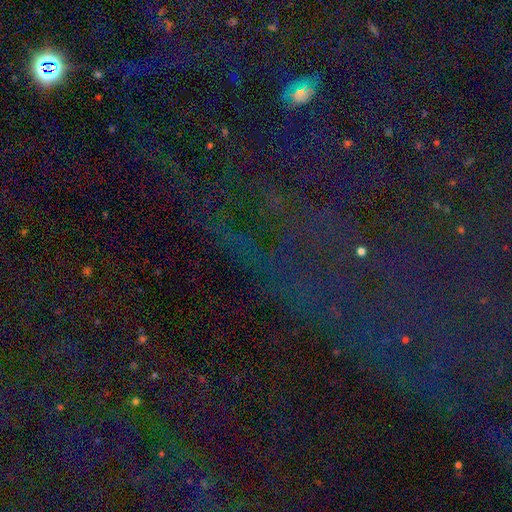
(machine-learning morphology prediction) Smooth or featured: star or artifact — 81% (smooth — 10%)